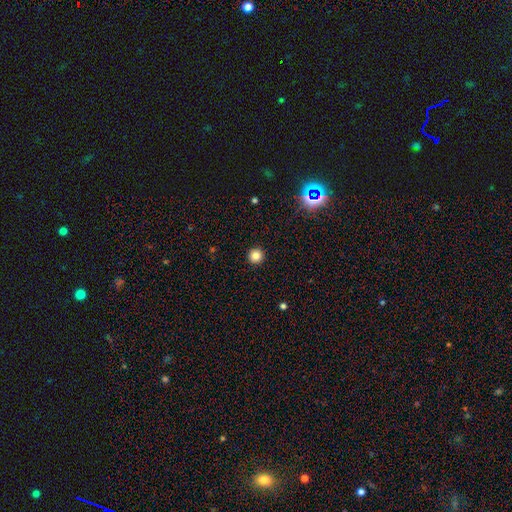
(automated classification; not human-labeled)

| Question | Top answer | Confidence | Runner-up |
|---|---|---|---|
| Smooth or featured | smooth | 82% | star or artifact (13%) |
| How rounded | round | 96% | in between (3%) |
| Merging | none | 93% | minor disturbance (4%) |